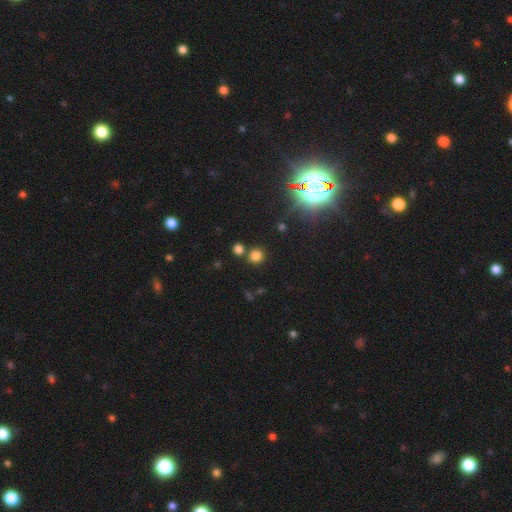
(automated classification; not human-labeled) This appears to be a smooth galaxy with no disk features (73%) that is round (90%). Merging: none (77%).